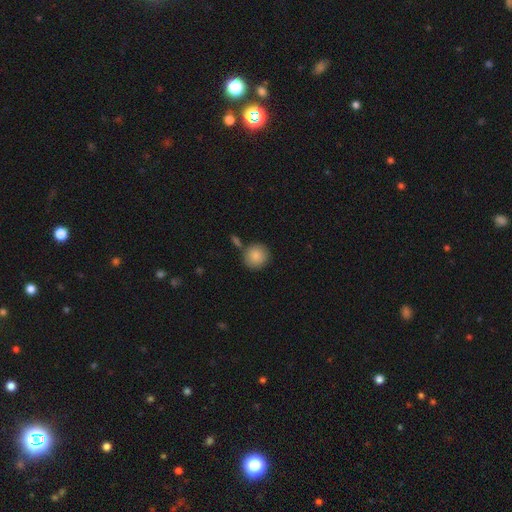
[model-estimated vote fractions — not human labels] Morphology: type=smooth (88%); roundness=round (91%); merging=none (74%).